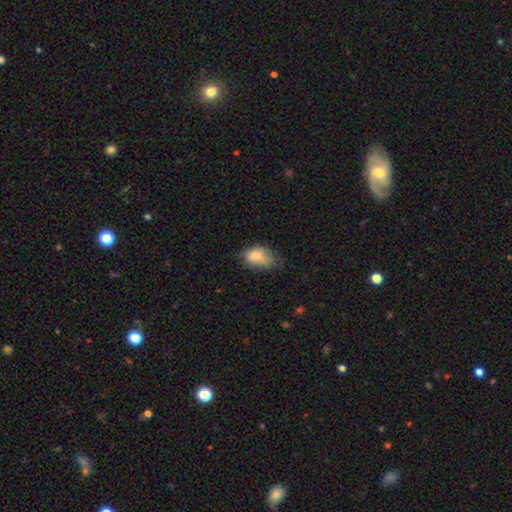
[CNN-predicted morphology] This appears to be a smooth galaxy with no disk features (79%) that is in between round and cigar-shaped (86%). Merging: minor disturbance (42%).